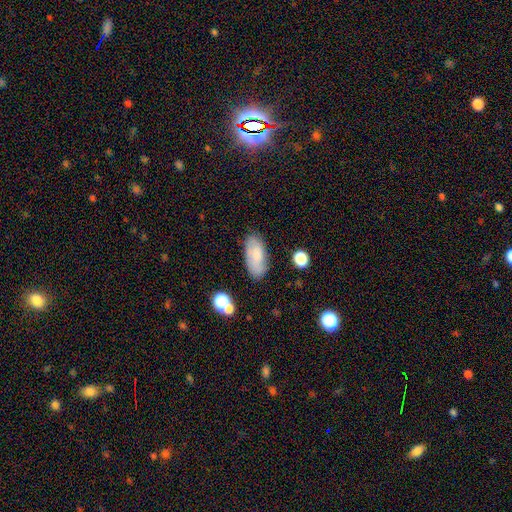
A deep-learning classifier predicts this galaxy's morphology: A smooth galaxy with no disk features (69%) that is in between round and cigar-shaped (89%). Merging: none (77%).